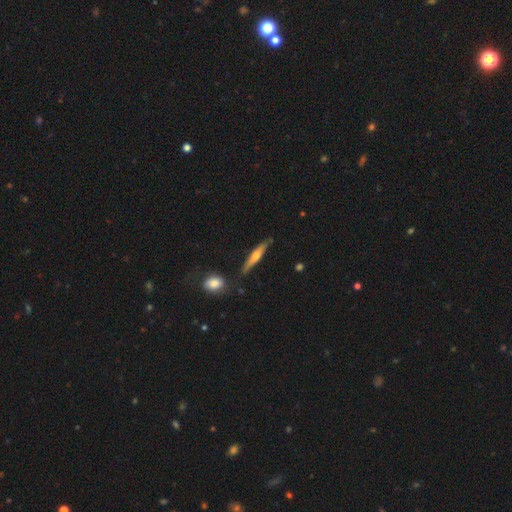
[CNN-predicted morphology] type=featured or disk (54%); edge-on=yes (94%); edge-on bulge=rounded (84%); merging=none (80%).